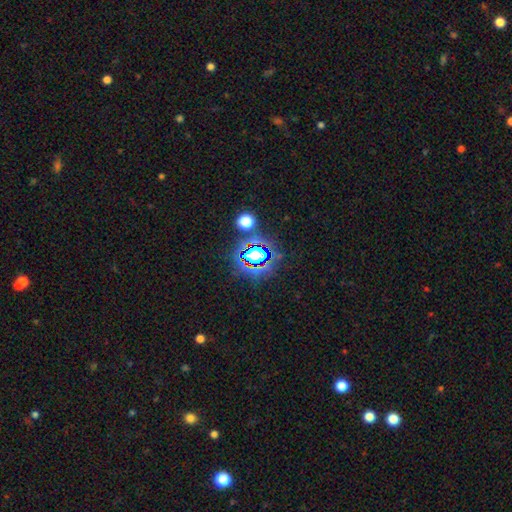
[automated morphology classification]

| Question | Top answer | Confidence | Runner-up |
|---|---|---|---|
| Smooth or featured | star or artifact | 64% | smooth (25%) |